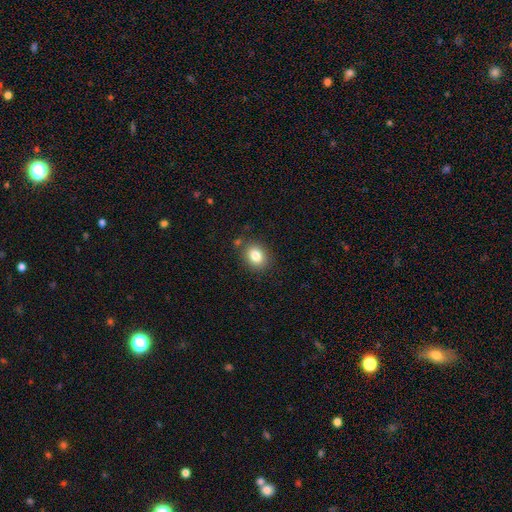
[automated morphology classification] smooth-or-featured: smooth: 83% | star or artifact: 10% | featured or disk: 7%
  how-rounded: in between: 51% | round: 48% | cigar-shaped: 1%
  merging: none: 83% | minor disturbance: 10% | merger: 3% | major disturbance: 3%